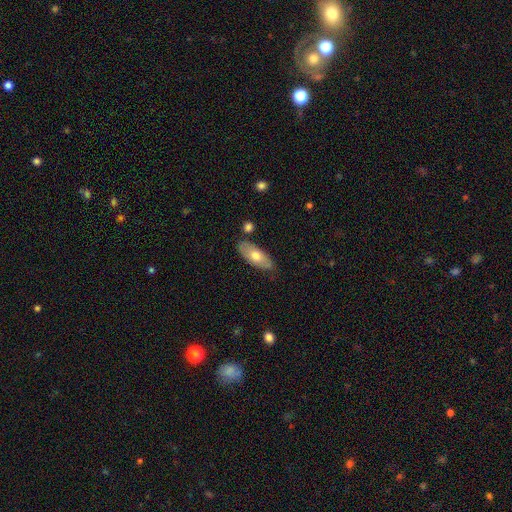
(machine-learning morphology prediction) The model was most divided on "smooth or featured": smooth: 65%, featured or disk: 29%, star or artifact: 6%. More confident: how rounded — in between (83%); merging — none (76%).